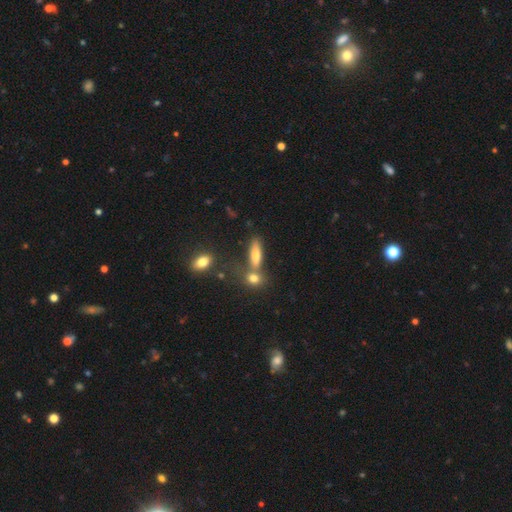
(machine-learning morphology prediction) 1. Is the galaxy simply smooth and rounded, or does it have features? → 66% smooth, 22% featured or disk, 12% star or artifact.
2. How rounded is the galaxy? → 50% in between, 43% cigar-shaped, 7% round.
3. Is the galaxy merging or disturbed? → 52% none, 31% merger, 12% minor disturbance, 5% major disturbance.